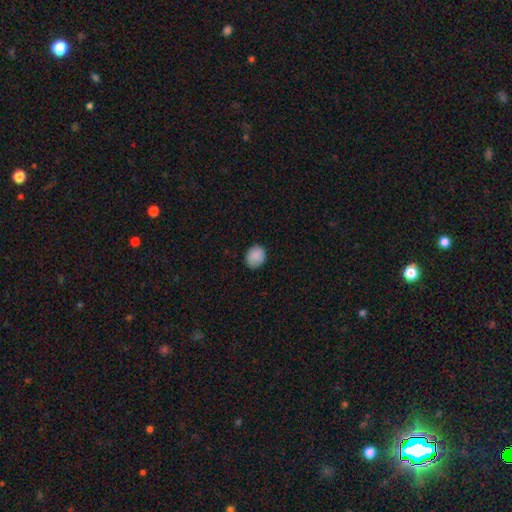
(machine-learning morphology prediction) Overall: smooth (88%). How rounded: round (67%; in between 32%). Merging: none (85%).